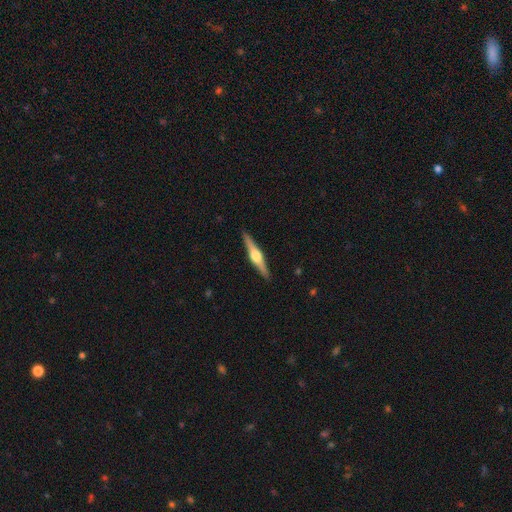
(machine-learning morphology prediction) featured or disk 76%, smooth 19%, star or artifact 5%. Down the decision tree: edge-on disk — yes (98%); edge-on bulge — rounded (93%); merging — none (91%).